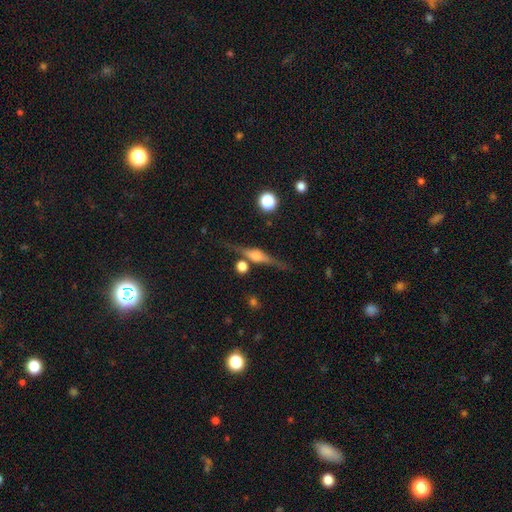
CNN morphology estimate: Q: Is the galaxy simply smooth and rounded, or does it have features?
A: featured or disk — 76%.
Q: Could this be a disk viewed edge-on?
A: yes — 96%.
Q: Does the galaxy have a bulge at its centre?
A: rounded — 84%.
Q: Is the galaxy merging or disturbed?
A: none — 80%.